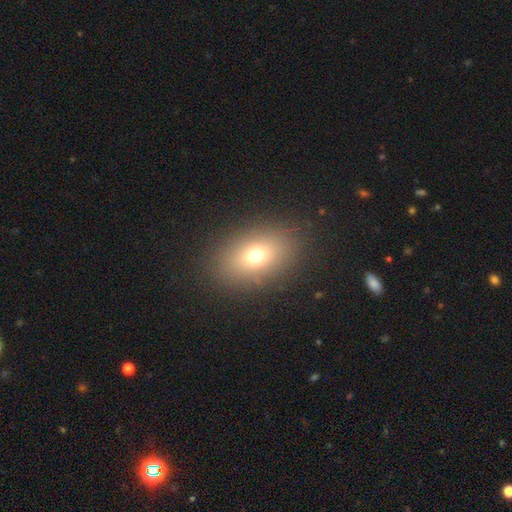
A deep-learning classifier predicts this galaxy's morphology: Smooth or featured?
  - smooth: 70% *
  - star or artifact: 15%
  - featured or disk: 15%
How rounded?
  - in between: 75% *
  - round: 23%
  - cigar-shaped: 2%
Merging?
  - none: 85% *
  - minor disturbance: 9%
  - major disturbance: 5%
  - merger: 1%